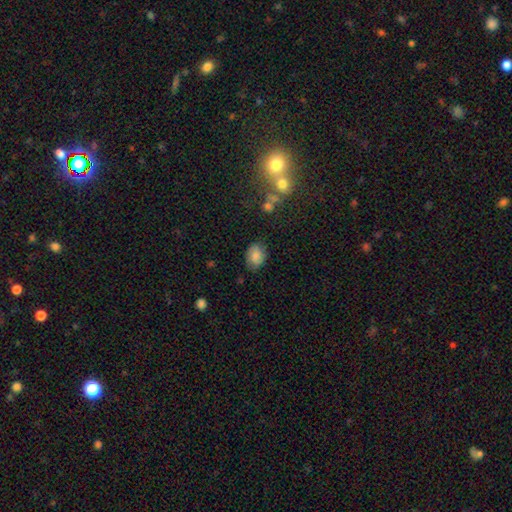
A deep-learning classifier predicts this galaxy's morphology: Smooth or featured? smooth (78%)
How rounded? in between (71%)
Merging? none (76%)